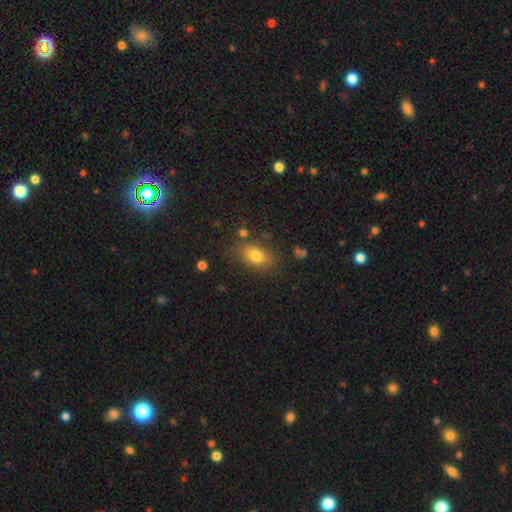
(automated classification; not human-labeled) The model was most divided on "merging": none: 77%, minor disturbance: 15%, major disturbance: 5%, merger: 4%. More confident: how rounded — in between (83%); smooth or featured — smooth (78%).